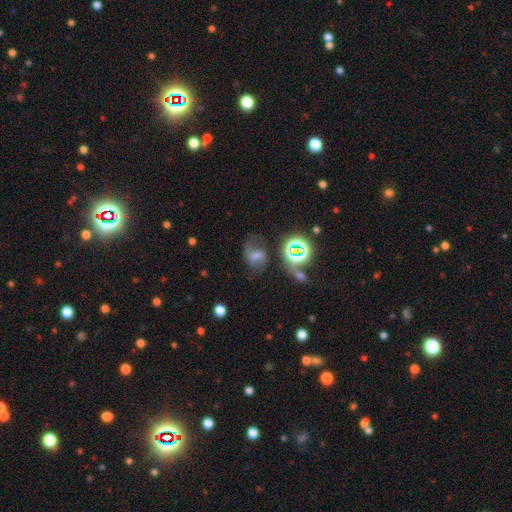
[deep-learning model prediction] This appears to be a featured or disk galaxy (50%). Merging: none (60%).